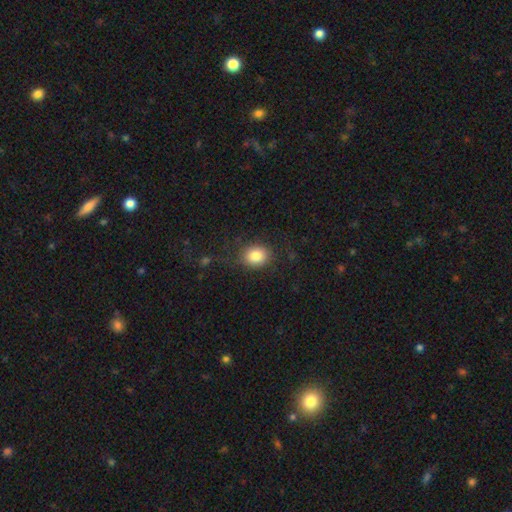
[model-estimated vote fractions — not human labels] A smooth galaxy with no disk features (83%) that is round (60%).

Vote fractions:
- Smooth or featured? smooth: 83% / star or artifact: 9% / featured or disk: 8%
- How rounded? round: 60% / in between: 39% / cigar-shaped: 1%
- Merging? none: 76% / minor disturbance: 14% / major disturbance: 8% / merger: 2%